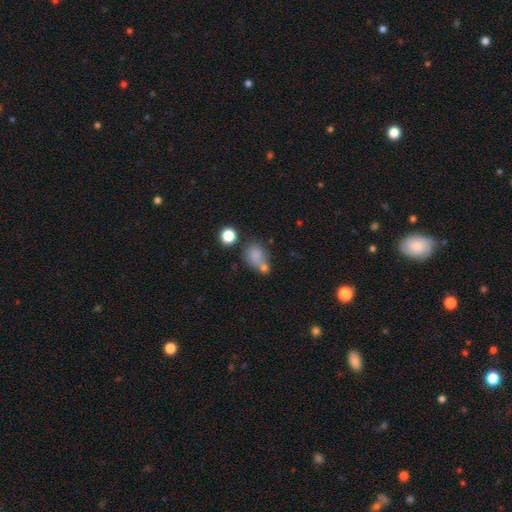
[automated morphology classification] The model was most divided on "merging": merger: 41%, none: 34%, minor disturbance: 15%, major disturbance: 10%. More confident: smooth or featured — smooth (74%); how rounded — in between (54%).